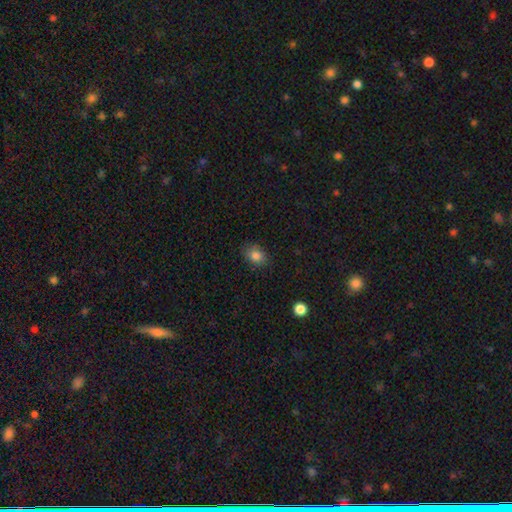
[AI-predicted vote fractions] Smooth or featured? Predicted: smooth (p=0.83). How rounded? Predicted: in between (p=0.69). Merging? Predicted: none (p=0.82).